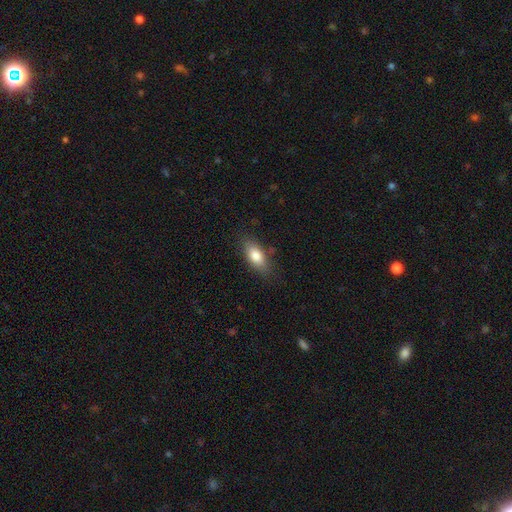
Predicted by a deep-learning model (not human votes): This appears to be a smooth galaxy with no disk features (80%) that is in between round and cigar-shaped (83%). Merging: none (80%).